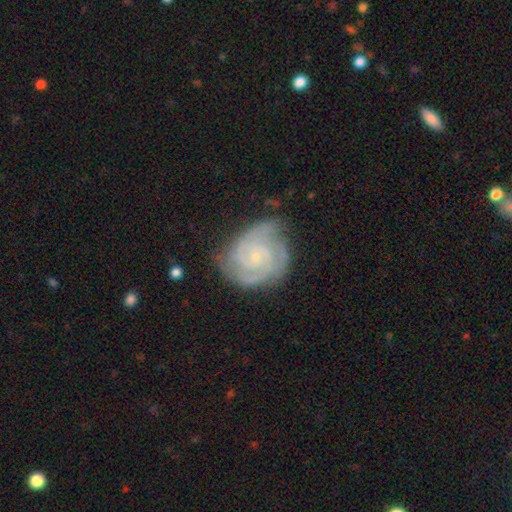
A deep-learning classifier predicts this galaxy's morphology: This is clearly a featured or disk galaxy (88%). It is clearly not viewed edge-on (98%). Bar: likely no (67%). Spiral arm pattern: clearly yes (98%). Spiral arm count: marginally 2 (36%). Spiral winding: likely tight (72%). Central bulge: likely small (77%). Merging: likely none (70%).